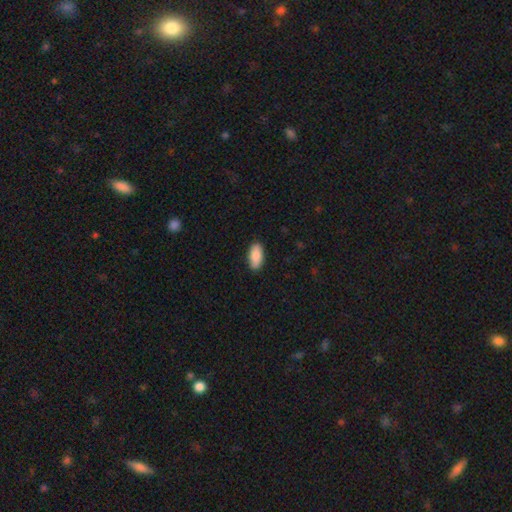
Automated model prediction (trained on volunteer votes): Smooth or featured? Predicted: smooth (p=0.90). How rounded? Predicted: in between (p=0.92). Merging? Predicted: none (p=0.90).